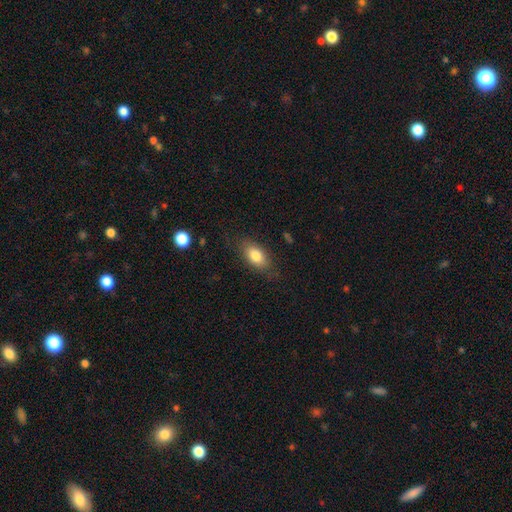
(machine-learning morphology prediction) The model was most divided on "merging": none: 79%, minor disturbance: 15%, major disturbance: 5%, merger: 1%. More confident: how rounded — in between (88%); smooth or featured — smooth (80%).